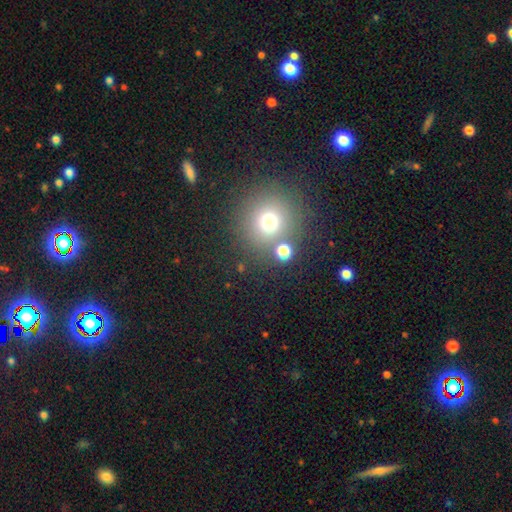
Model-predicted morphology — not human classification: smooth 55%, star or artifact 36%, featured or disk 9%. Down the decision tree: how rounded — round (93%); merging — none (81%).